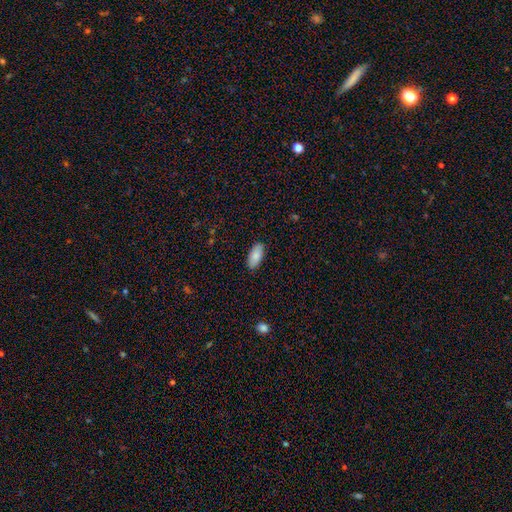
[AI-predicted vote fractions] Smooth or featured? smooth (87%)
How rounded? in between (90%)
Merging? none (89%)